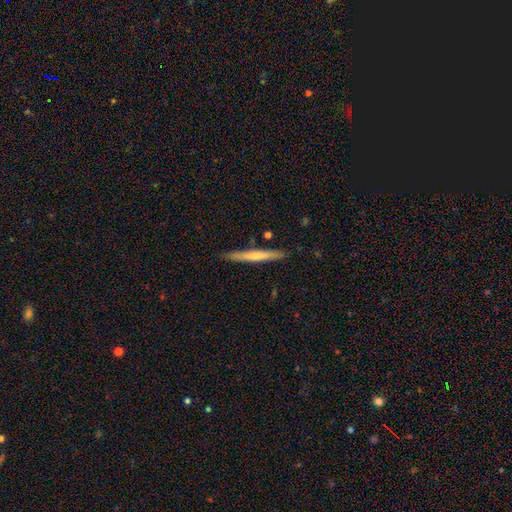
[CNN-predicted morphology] type=smooth (50%); roundness=cigar-shaped (96%); merging=none (87%).